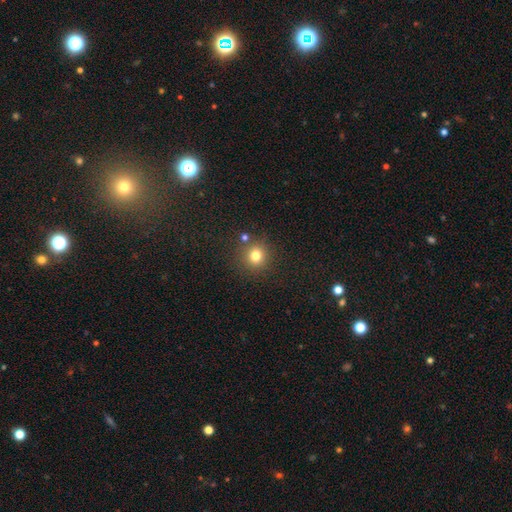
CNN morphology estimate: smooth_or_featured: smooth (p=0.79) [alt: star or artifact p=0.15]
how_rounded: round (p=0.92) [alt: in between p=0.07]
merging: none (p=0.83) [alt: minor disturbance p=0.08]